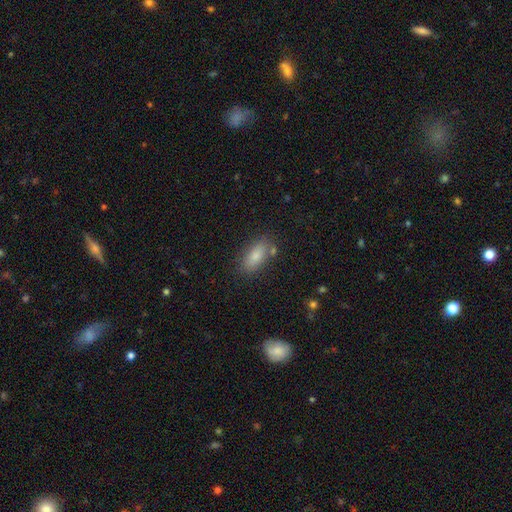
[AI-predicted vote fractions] smooth_or_featured: smooth (p=0.83) [alt: featured or disk p=0.09]
how_rounded: in between (p=0.86) [alt: cigar-shaped p=0.11]
merging: none (p=0.74) [alt: minor disturbance p=0.14]